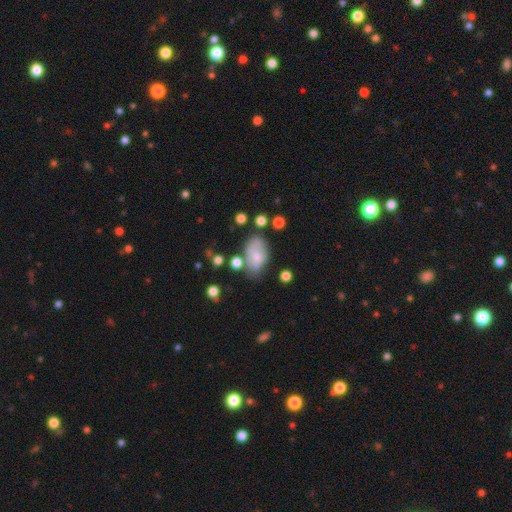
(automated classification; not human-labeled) A smooth galaxy with no disk features (66%) that is in between round and cigar-shaped (89%). Merging: none (49%).